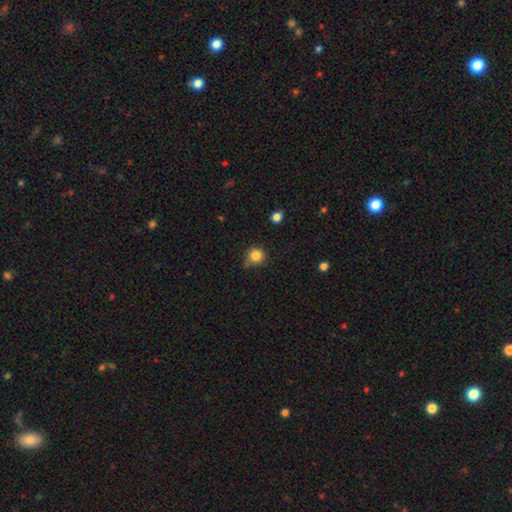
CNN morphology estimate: Smooth or featured? smooth (84%)
How rounded? round (93%)
Merging? none (72%)